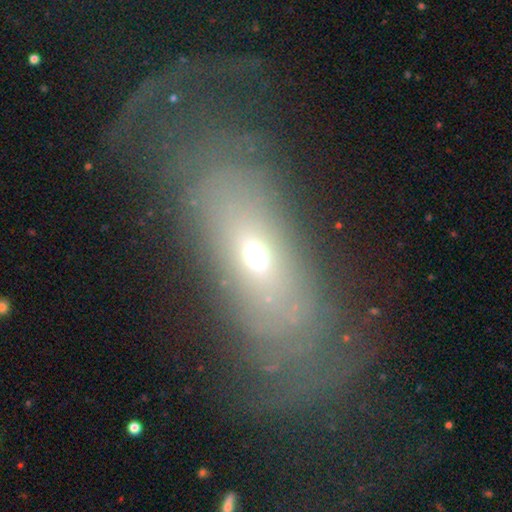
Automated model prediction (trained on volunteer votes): Morphology: type=smooth (44%); merging=none (53%).